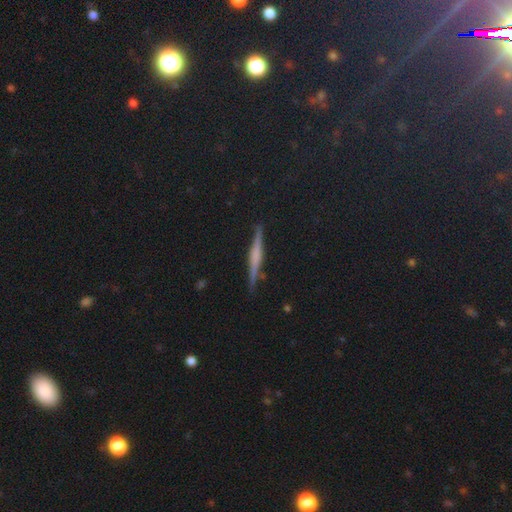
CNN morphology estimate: This appears to be a featured or disk galaxy (61%) viewed edge-on (97%) with a rounded central bulge (42%). Merging: none (88%).